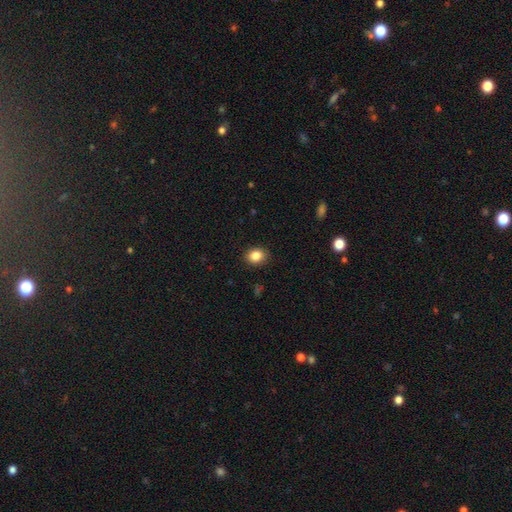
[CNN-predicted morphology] Smooth or featured? smooth (86%)
How rounded? round (61%)
Merging? none (89%)